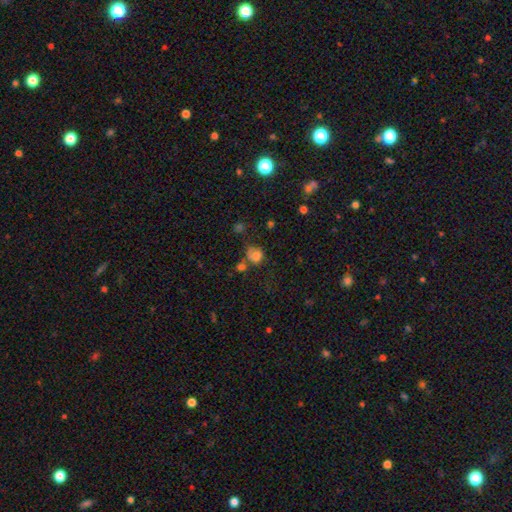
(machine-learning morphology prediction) type=smooth (76%); roundness=round (68%); merging=none (41%).